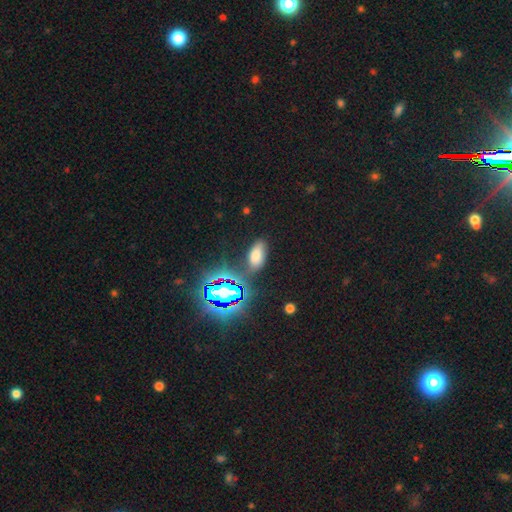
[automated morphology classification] This appears to be a smooth galaxy with no disk features (62%) that is in between round and cigar-shaped (90%). Merging: none (77%).